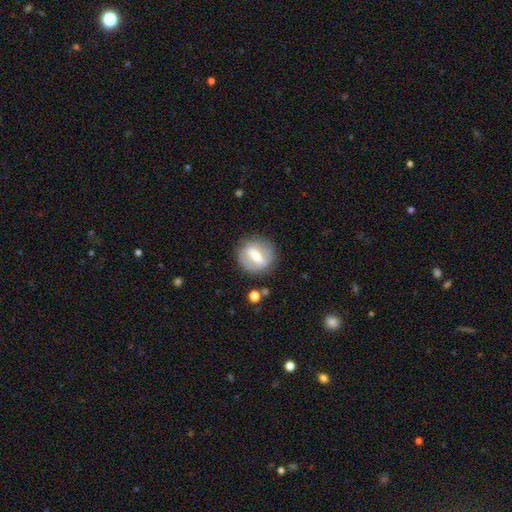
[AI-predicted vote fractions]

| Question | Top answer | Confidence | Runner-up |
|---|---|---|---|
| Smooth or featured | featured or disk | 53% | smooth (40%) |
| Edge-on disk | no | 85% | yes (15%) |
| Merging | none | 82% | minor disturbance (12%) |